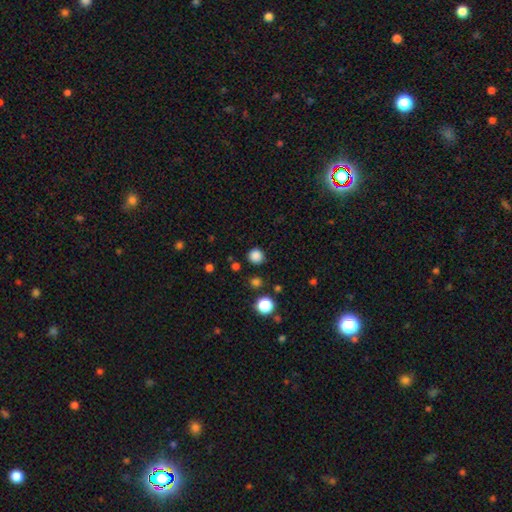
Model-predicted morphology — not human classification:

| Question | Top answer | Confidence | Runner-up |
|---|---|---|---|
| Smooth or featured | smooth | 84% | star or artifact (13%) |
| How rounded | round | 94% | in between (5%) |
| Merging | none | 88% | minor disturbance (7%) |